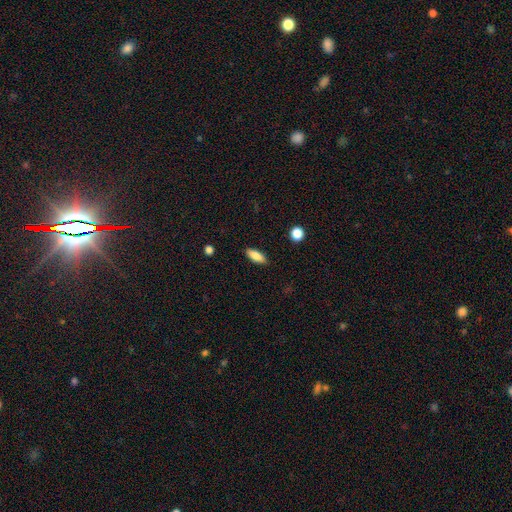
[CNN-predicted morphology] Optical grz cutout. It shows a smooth galaxy with no disk features (86%) that is in between round and cigar-shaped (75%). Merging: none (88%).